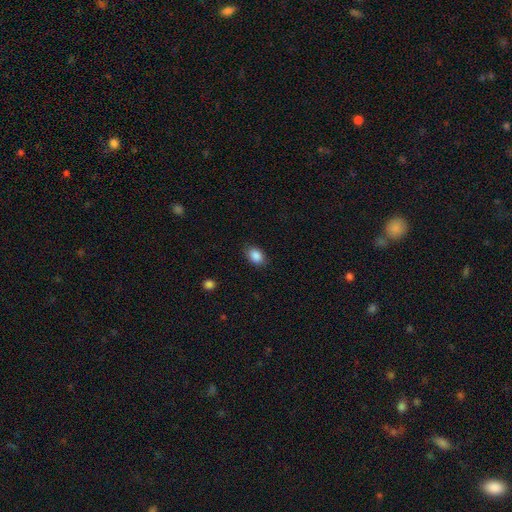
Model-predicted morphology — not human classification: Overall: smooth (88%). How rounded: in between (78%). Merging: none (84%).